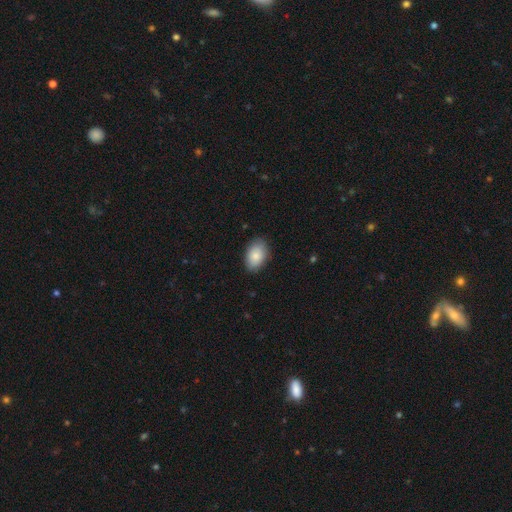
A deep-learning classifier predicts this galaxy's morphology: This is clearly a smooth galaxy (85%). How rounded: clearly in between (89%). Merging: clearly none (85%).